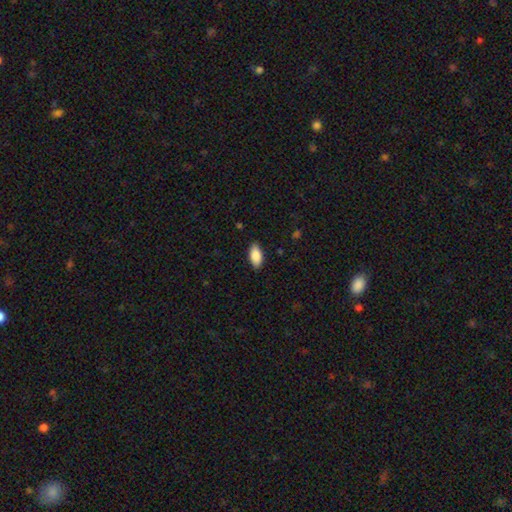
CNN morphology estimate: smooth_or_featured: smooth (p=0.88) [alt: star or artifact p=0.06]
how_rounded: in between (p=0.90) [alt: cigar-shaped p=0.07]
merging: none (p=0.86) [alt: minor disturbance p=0.10]